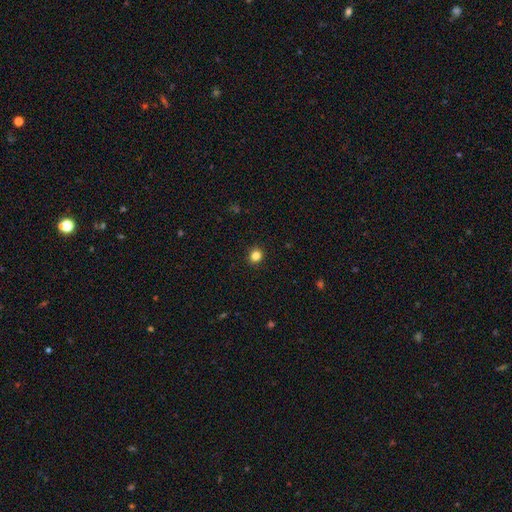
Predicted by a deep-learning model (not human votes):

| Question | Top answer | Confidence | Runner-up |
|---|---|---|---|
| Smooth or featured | smooth | 84% | star or artifact (12%) |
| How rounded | round | 85% | in between (15%) |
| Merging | none | 92% | minor disturbance (6%) |